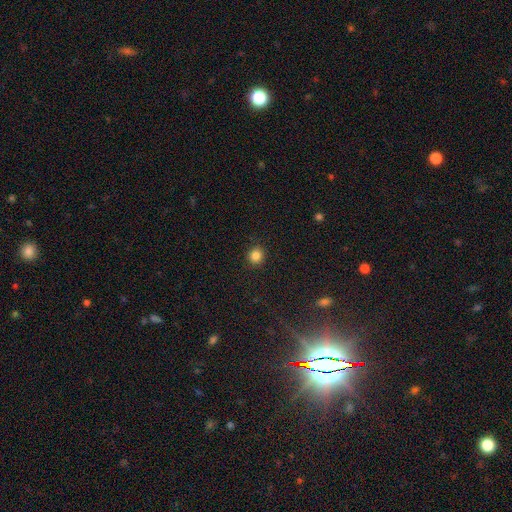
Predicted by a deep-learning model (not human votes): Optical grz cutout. It shows a smooth galaxy with no disk features (85%) that is round (90%). Merging: none (91%).